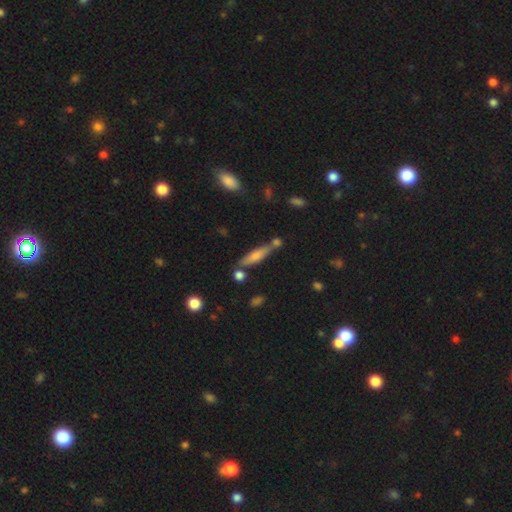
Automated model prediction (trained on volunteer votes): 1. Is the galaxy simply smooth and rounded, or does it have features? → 62% smooth, 31% featured or disk, 7% star or artifact.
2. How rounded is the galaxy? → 77% cigar-shaped, 21% in between, 2% round.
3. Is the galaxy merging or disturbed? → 66% none, 16% merger, 15% minor disturbance, 4% major disturbance.